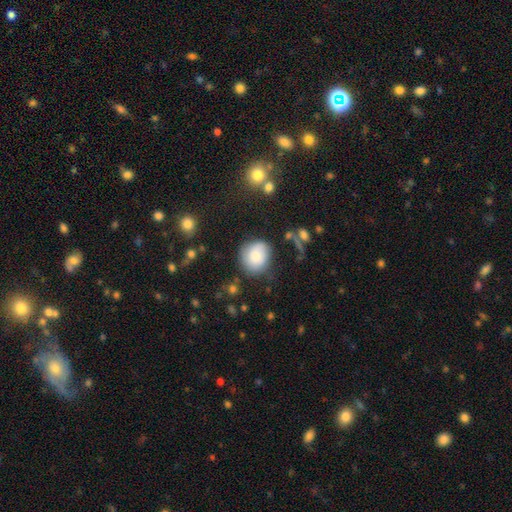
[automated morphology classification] This appears to be a smooth galaxy with no disk features (74%) that is round (76%). Merging: none (69%).